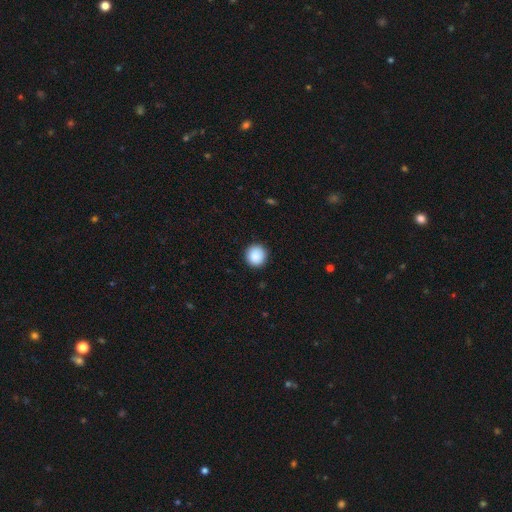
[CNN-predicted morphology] The model was most divided on "smooth or featured": smooth: 89%, star or artifact: 8%, featured or disk: 3%. More confident: how rounded — round (94%); merging — none (92%).